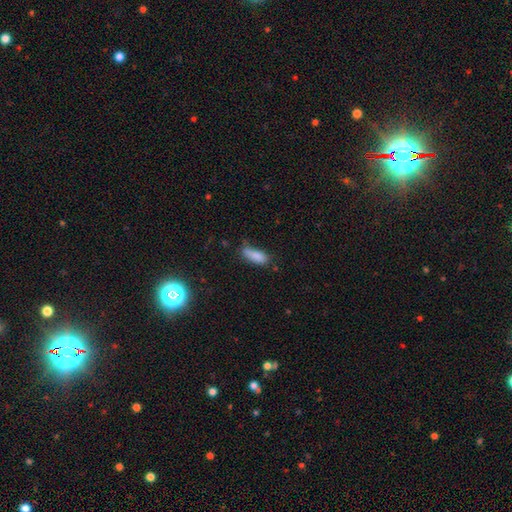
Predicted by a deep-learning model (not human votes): smooth 83%, star or artifact 9%, featured or disk 8%. Down the decision tree: how rounded — in between (68%); merging — none (51%).